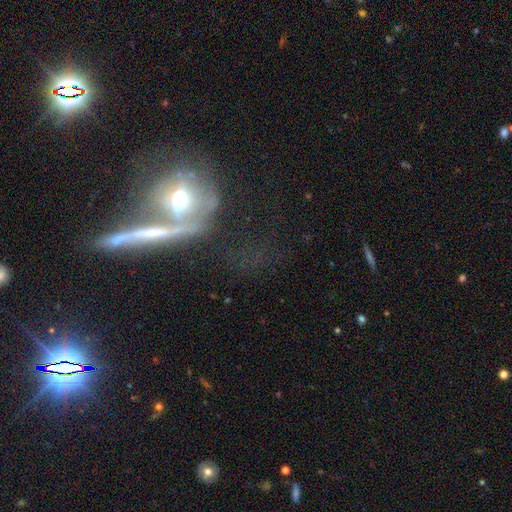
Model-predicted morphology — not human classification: This appears to be a featured or disk galaxy (53%). Merging: merger (38%).